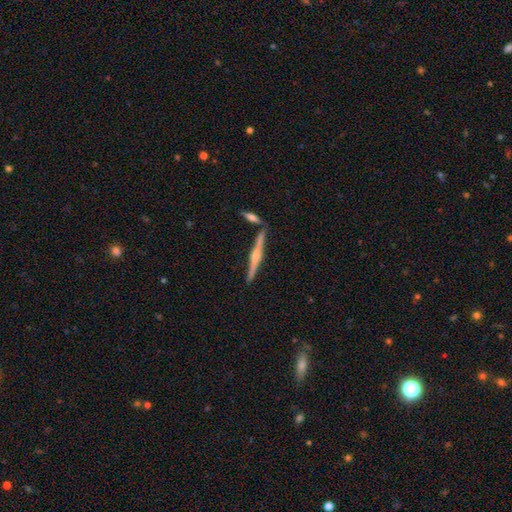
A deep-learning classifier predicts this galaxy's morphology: This appears to be a featured or disk galaxy (79%) viewed edge-on (98%) with a rounded central bulge (85%). Merging: none (83%).